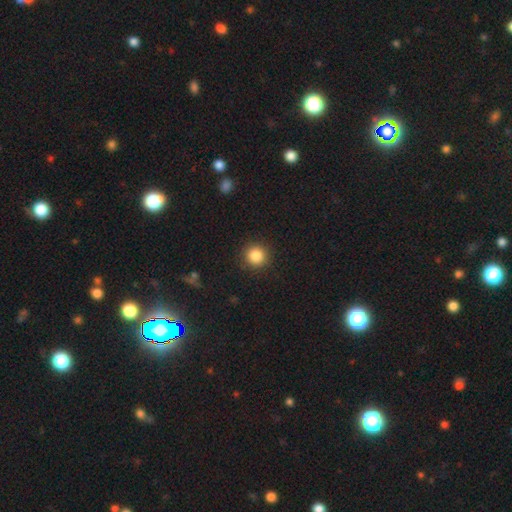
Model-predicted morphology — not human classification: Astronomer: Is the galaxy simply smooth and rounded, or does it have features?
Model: smooth — 85%.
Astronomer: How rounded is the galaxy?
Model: round — 94%.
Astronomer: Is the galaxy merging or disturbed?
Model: none — 90%.